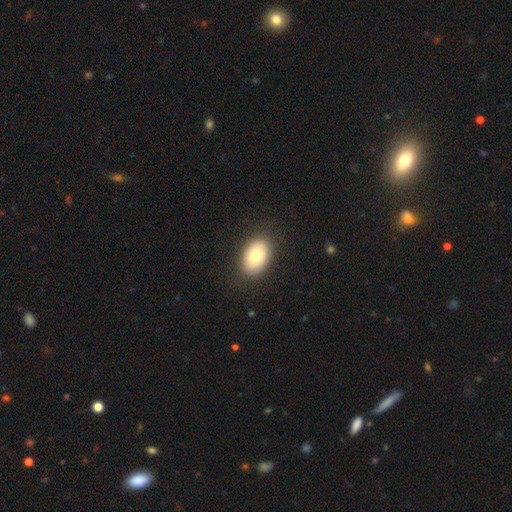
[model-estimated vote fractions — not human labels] Smooth or featured: smooth — 75% (featured or disk — 17%)
How rounded: in between — 82% (round — 17%)
Merging: none — 87% (minor disturbance — 9%)